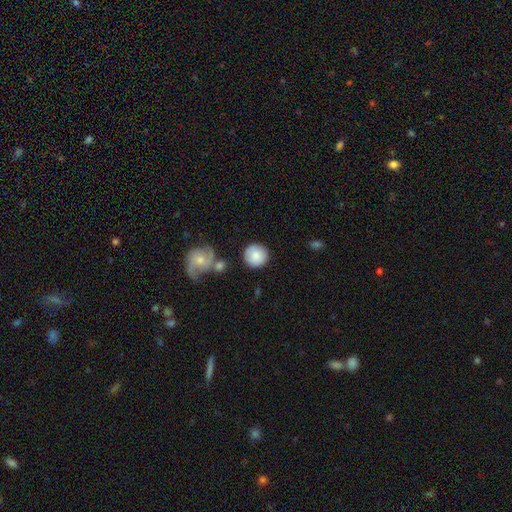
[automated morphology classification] smooth_or_featured: smooth (p=0.84) [alt: featured or disk p=0.10]
how_rounded: round (p=0.93) [alt: in between p=0.06]
merging: none (p=0.81) [alt: minor disturbance p=0.10]